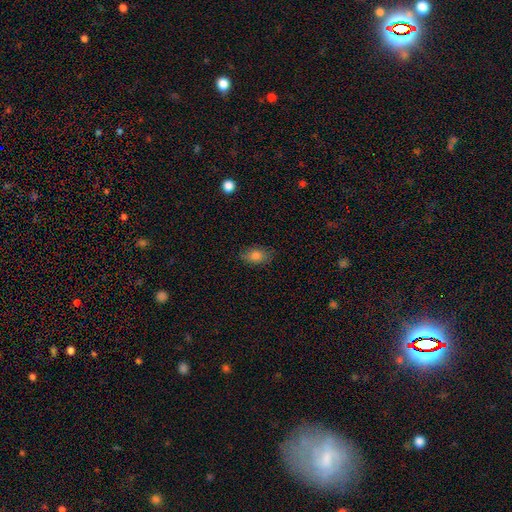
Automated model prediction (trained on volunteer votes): Smooth or featured? smooth (82%)
How rounded? in between (87%)
Merging? none (81%)